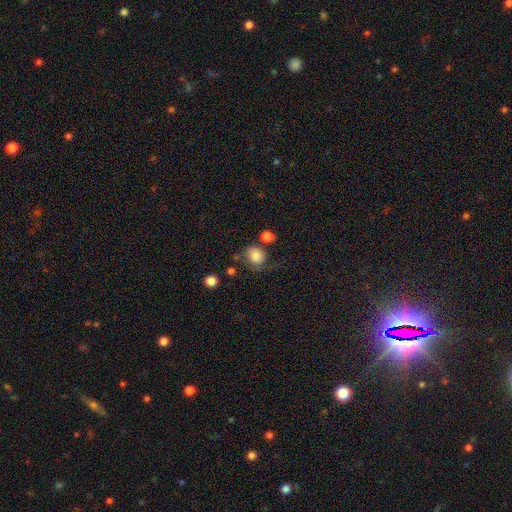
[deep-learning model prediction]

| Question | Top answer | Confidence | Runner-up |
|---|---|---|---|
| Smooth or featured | smooth | 77% | featured or disk (14%) |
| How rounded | round | 71% | in between (28%) |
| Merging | none | 46% | minor disturbance (24%) |